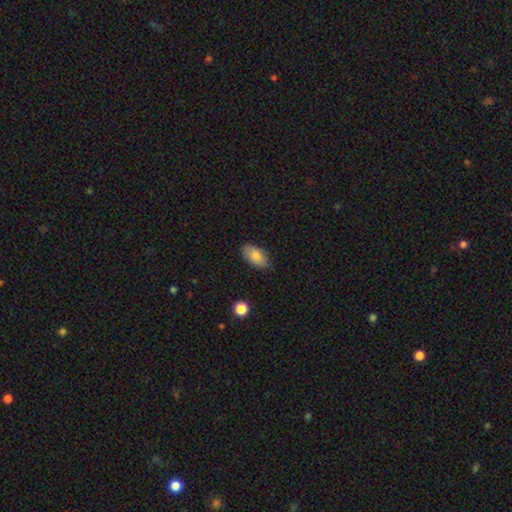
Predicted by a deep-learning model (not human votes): Overall: smooth (82%). How rounded: in between (93%). Merging: none (85%).